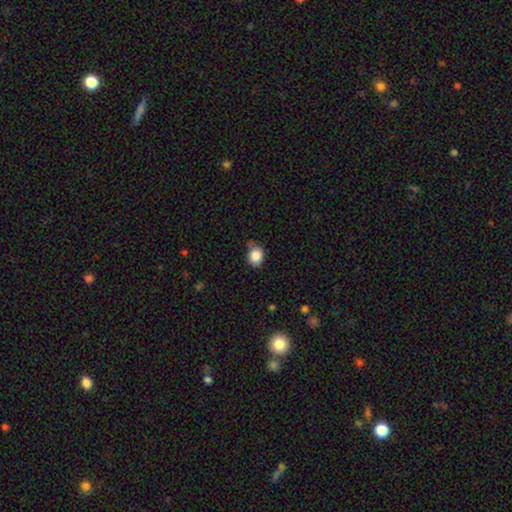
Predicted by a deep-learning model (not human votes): smooth 87%, star or artifact 9%, featured or disk 4%. Down the decision tree: how rounded — round (61%); merging — none (66%).